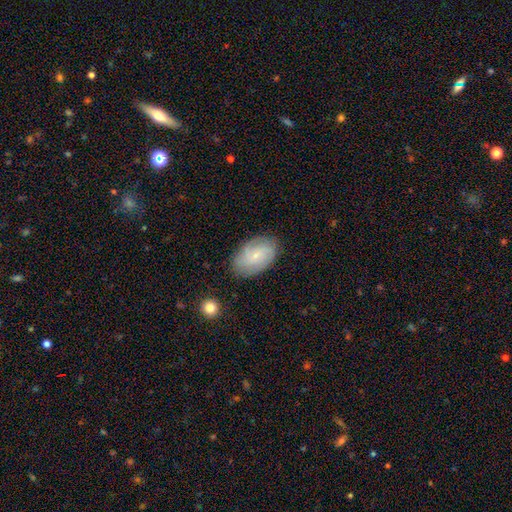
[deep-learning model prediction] A featured or disk galaxy (50%). Merging: none (80%).